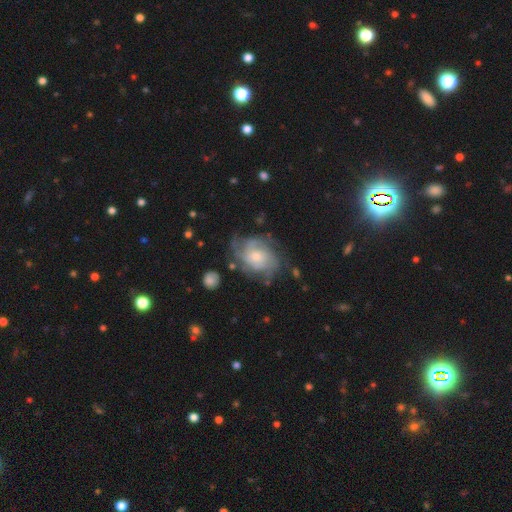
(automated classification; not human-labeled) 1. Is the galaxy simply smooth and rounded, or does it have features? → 76% featured or disk, 16% smooth, 8% star or artifact.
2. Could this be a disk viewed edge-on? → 97% no, 3% yes.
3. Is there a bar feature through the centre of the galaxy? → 73% no, 23% weak, 3% strong.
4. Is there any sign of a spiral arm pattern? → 90% yes, 10% no.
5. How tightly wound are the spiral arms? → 52% tight, 36% medium, 12% loose.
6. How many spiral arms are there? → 42% can't tell, 18% 3, 16% 2, 12% 4, 6% more than 4, 5% 1.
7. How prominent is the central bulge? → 50% moderate, 38% small, 8% large, 3% none, 1% dominant.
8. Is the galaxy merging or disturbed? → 65% none, 21% minor disturbance, 12% major disturbance, 2% merger.